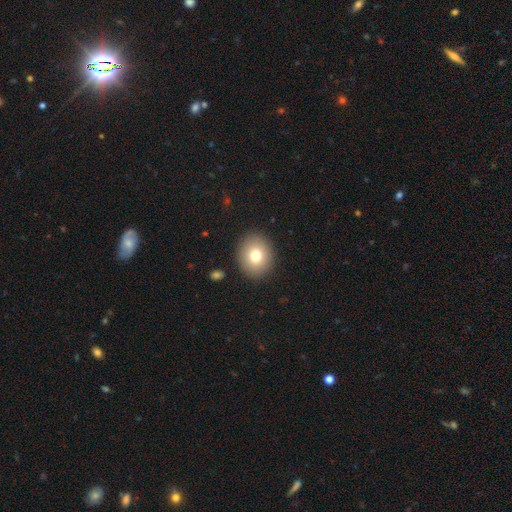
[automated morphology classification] A smooth galaxy with no disk features (76%) that is round (66%). Merging: none (90%).